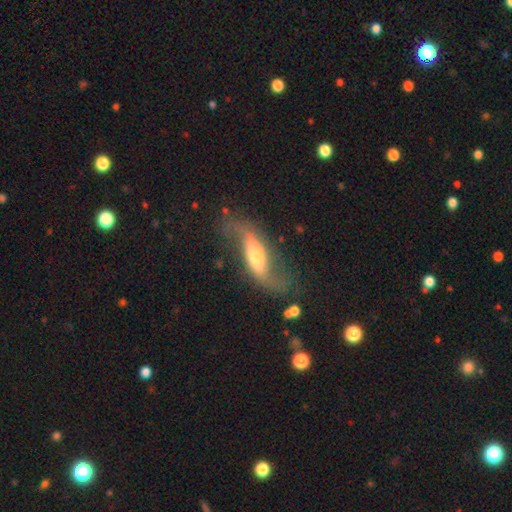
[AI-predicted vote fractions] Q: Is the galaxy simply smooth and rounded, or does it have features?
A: featured or disk — 77%.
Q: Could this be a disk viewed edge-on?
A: no — 85%.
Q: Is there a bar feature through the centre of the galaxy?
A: strong — 35%.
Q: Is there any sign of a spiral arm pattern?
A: yes — 91%.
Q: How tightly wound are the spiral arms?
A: loose — 87%.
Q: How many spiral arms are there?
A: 2 — 90%.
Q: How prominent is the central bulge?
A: moderate — 47%.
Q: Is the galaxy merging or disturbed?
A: none — 59%.